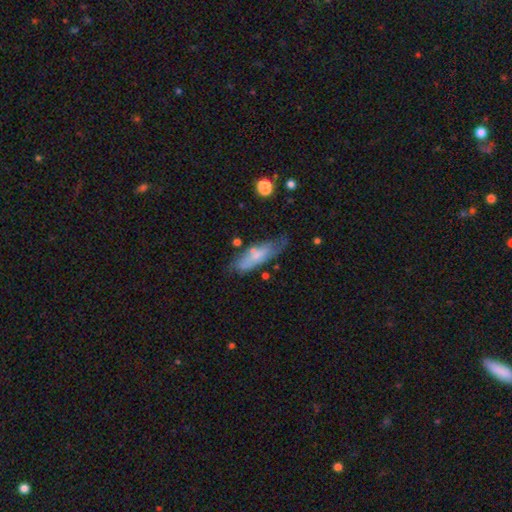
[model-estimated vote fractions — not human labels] smooth_or_featured: smooth (p=0.58) [alt: featured or disk p=0.35]
how_rounded: in between (p=0.49) [tied with: cigar-shaped p=0.49]
merging: none (p=0.53) [alt: minor disturbance p=0.29]